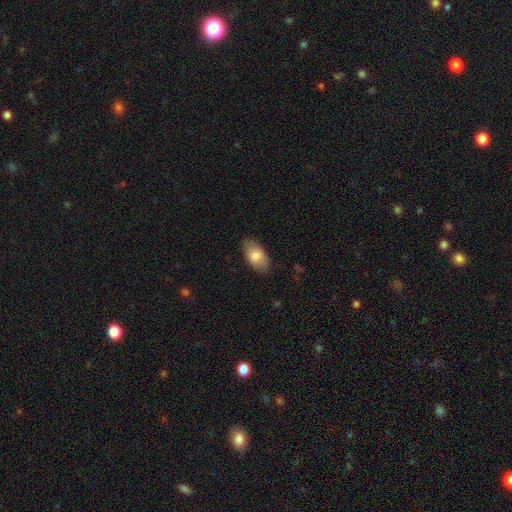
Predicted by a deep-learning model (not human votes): Smooth or featured? smooth (82%)
How rounded? in between (93%)
Merging? none (83%)